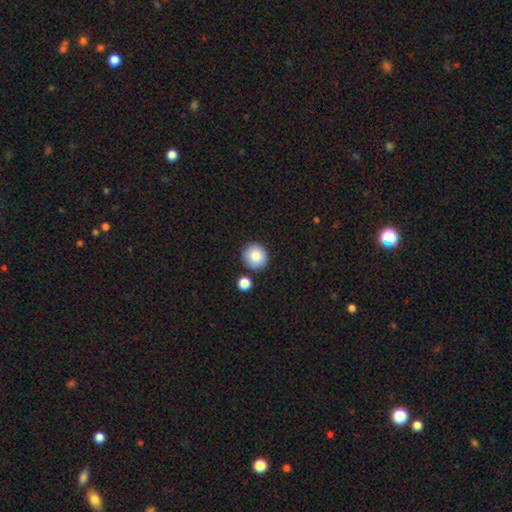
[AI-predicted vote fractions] This is clearly a smooth galaxy (85%). How rounded: clearly round (89%). Merging: clearly none (84%).